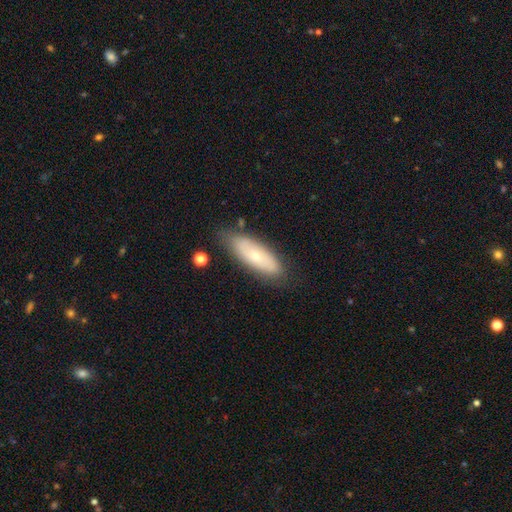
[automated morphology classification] The model was most divided on "smooth or featured": smooth: 57%, featured or disk: 36%, star or artifact: 7%. More confident: merging — none (77%); how rounded — in between (64%).